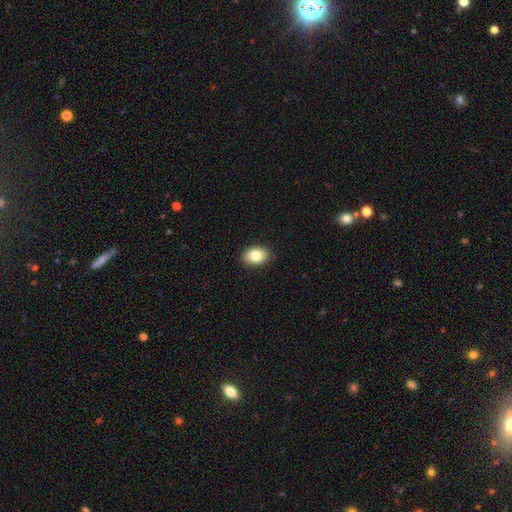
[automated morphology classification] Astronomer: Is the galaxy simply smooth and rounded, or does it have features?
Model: smooth — 84%.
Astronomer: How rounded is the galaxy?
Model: in between — 75%.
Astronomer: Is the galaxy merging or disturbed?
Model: none — 89%.